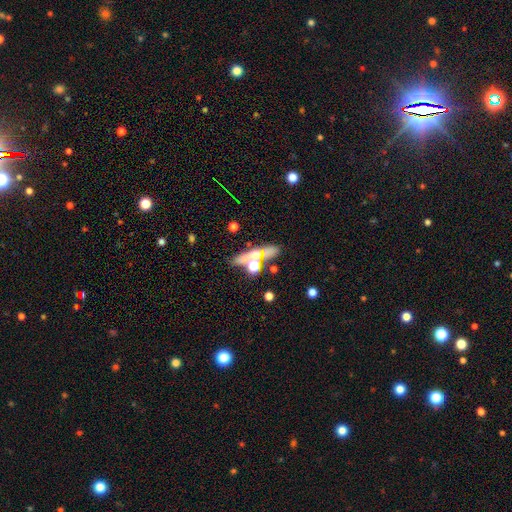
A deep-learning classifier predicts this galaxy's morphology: smooth_or_featured: smooth (p=0.47) [alt: featured or disk p=0.29]
merging: none (p=0.49) [alt: merger p=0.32]